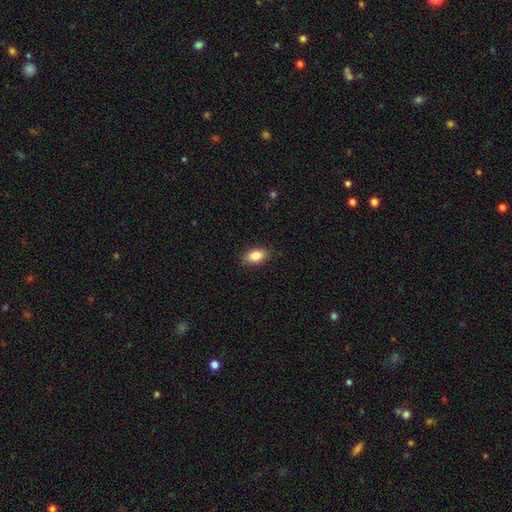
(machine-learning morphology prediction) smooth 85%, star or artifact 8%, featured or disk 7%. Down the decision tree: how rounded — in between (88%); merging — none (85%).